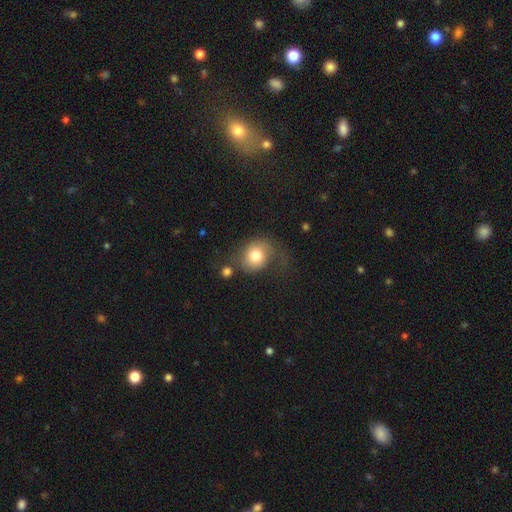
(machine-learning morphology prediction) A smooth galaxy with no disk features (72%) that is round (65%). Merging: none (45%).